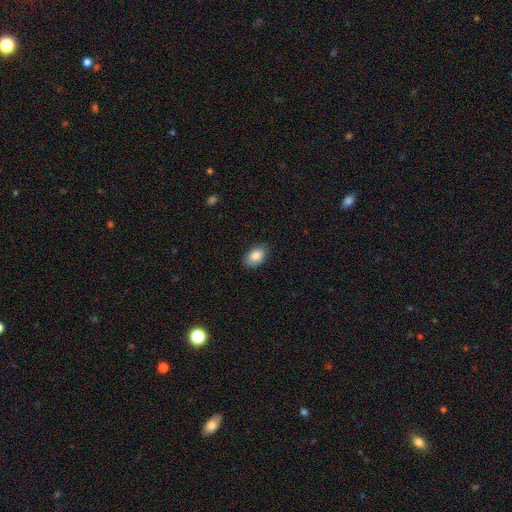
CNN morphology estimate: type=smooth (86%); roundness=in between (88%); merging=none (84%).